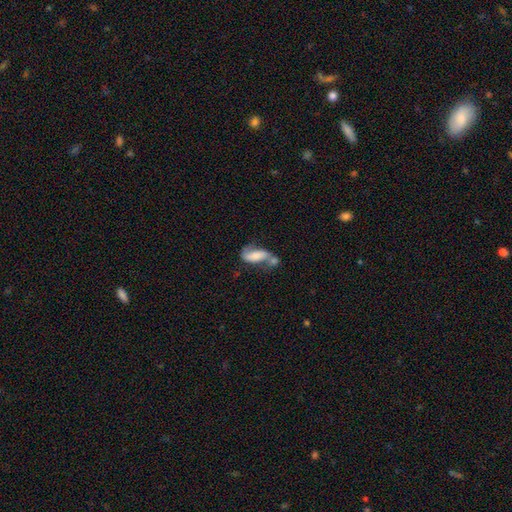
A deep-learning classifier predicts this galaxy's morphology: This is possibly a smooth galaxy (47%). Merging: possibly merger (48%).